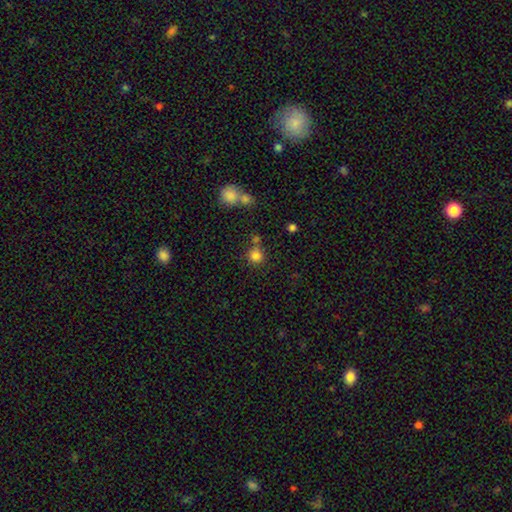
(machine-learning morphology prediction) Smooth or featured: smooth — 81% (star or artifact — 13%)
How rounded: round — 91% (in between — 8%)
Merging: none — 68% (merger — 18%)